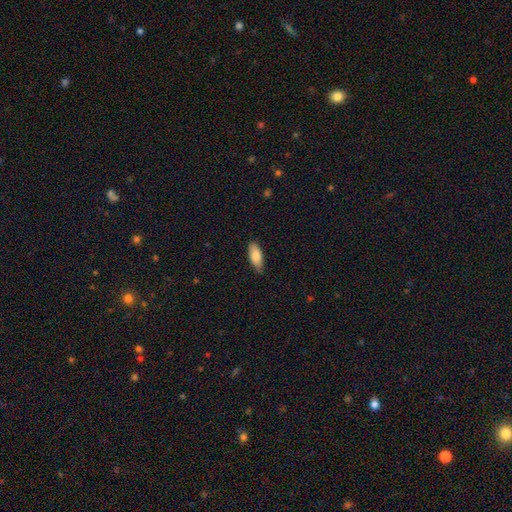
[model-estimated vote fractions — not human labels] Morphology: type=smooth (83%); roundness=in between (79%); merging=none (78%).